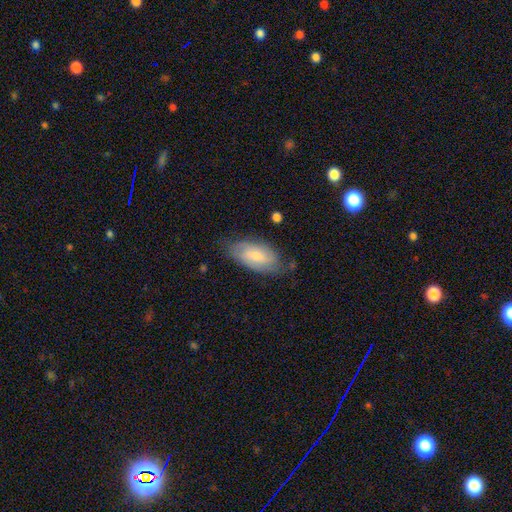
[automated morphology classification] smooth_or_featured: smooth (p=0.53) [alt: featured or disk p=0.40]
how_rounded: in between (p=0.91) [alt: cigar-shaped p=0.06]
merging: none (p=0.71) [alt: minor disturbance p=0.22]